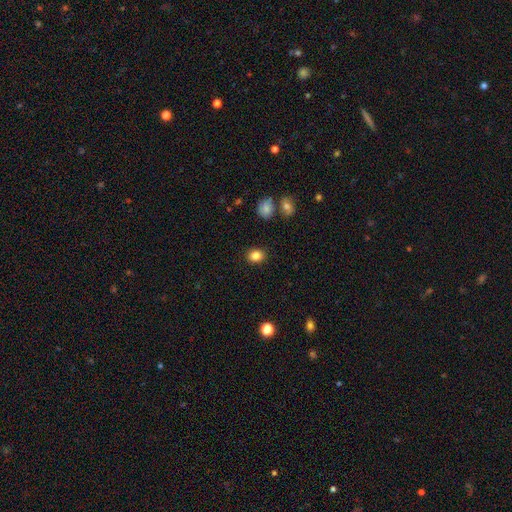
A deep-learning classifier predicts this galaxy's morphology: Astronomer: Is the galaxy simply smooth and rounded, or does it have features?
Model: smooth — 84%.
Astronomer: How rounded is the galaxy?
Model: round — 55% (runner-up: in between, 44%).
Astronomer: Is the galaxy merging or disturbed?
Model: none — 89%.